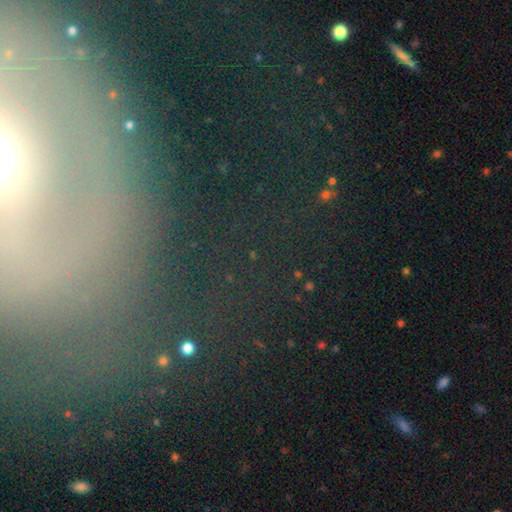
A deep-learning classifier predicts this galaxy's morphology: smooth-or-featured: star or artifact: 62% | smooth: 19% | featured or disk: 18%